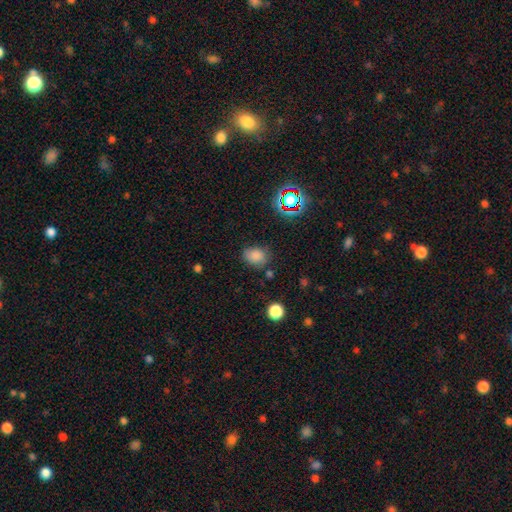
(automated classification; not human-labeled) Overall: smooth (79%). How rounded: in between (53%; round 46%). Merging: none (71%).